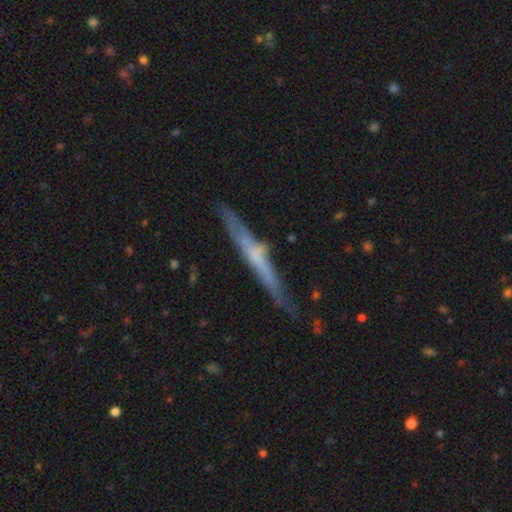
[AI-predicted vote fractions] Overall: featured or disk (59%; smooth 34%). Edge-on disk: yes (93%). Edge-on bulge: none (58%; rounded 29%). Merging: none (73%).